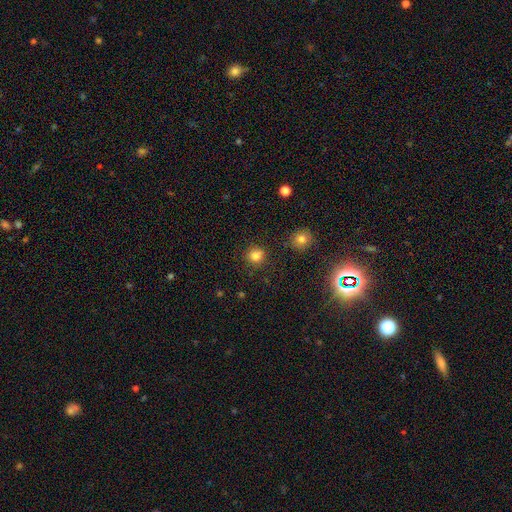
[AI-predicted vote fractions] smooth-or-featured: smooth: 82% | star or artifact: 13% | featured or disk: 5%
  how-rounded: round: 89% | in between: 10% | cigar-shaped: 1%
  merging: none: 84% | minor disturbance: 9% | merger: 4% | major disturbance: 3%